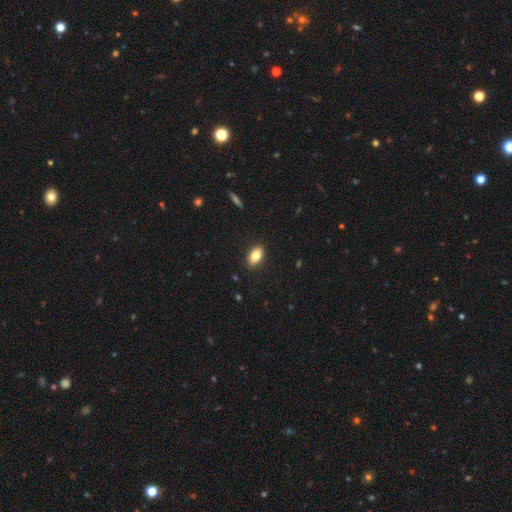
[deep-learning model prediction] Smooth or featured: smooth — 80% (featured or disk — 12%)
How rounded: in between — 89% (round — 7%)
Merging: none — 88% (minor disturbance — 9%)